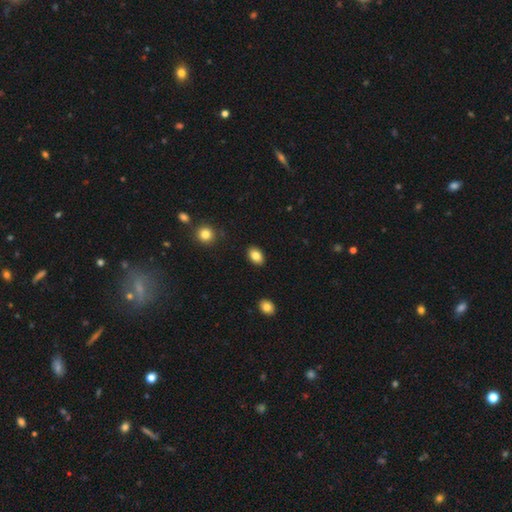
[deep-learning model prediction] Smooth or featured?
  - smooth: 86% *
  - star or artifact: 8%
  - featured or disk: 6%
How rounded?
  - in between: 84% *
  - round: 15%
  - cigar-shaped: 1%
Merging?
  - none: 89% *
  - minor disturbance: 8%
  - major disturbance: 2%
  - merger: 2%